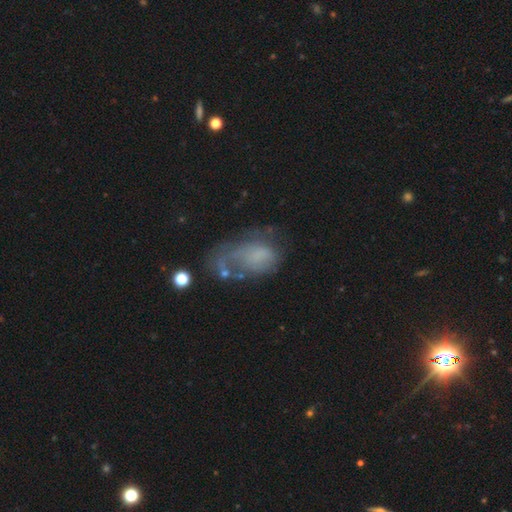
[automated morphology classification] Smooth or featured: featured or disk — 47% (smooth — 40%)
Merging: major disturbance — 40% (none — 29%)